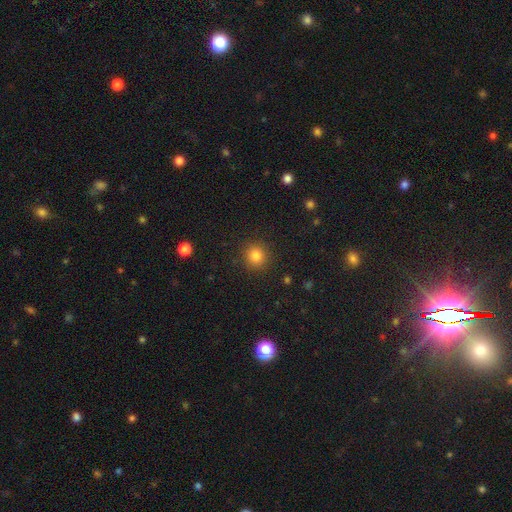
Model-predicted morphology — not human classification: Overall: smooth (84%). How rounded: round (91%). Merging: none (90%).